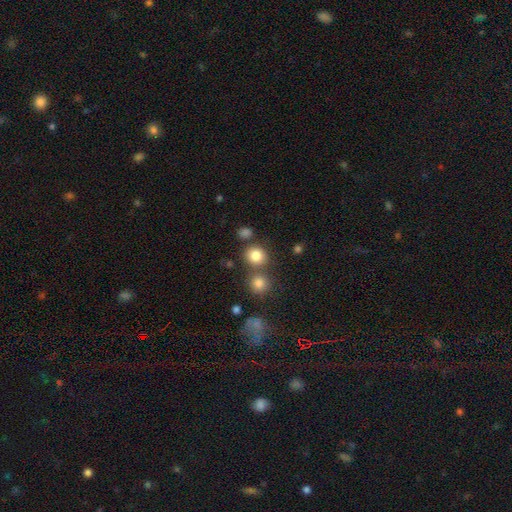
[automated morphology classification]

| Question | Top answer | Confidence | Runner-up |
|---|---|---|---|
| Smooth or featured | smooth | 82% | star or artifact (12%) |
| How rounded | round | 80% | in between (19%) |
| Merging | none | 68% | merger (18%) |